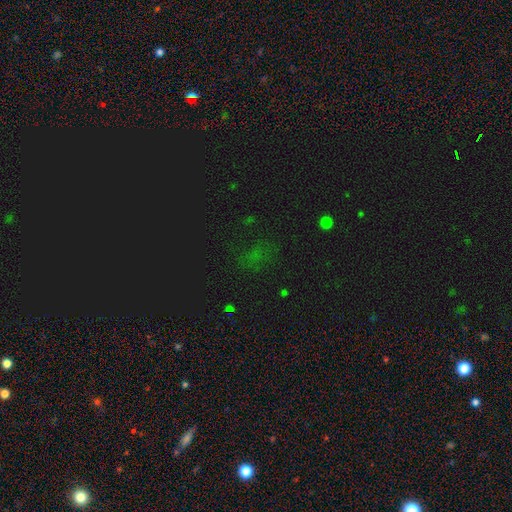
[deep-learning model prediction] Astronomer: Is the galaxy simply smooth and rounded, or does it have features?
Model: star or artifact — 61%.